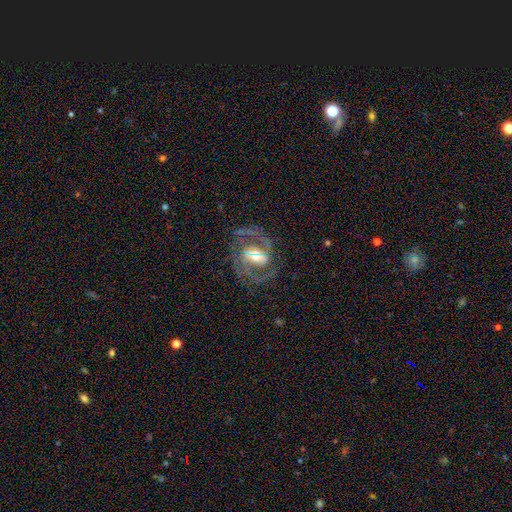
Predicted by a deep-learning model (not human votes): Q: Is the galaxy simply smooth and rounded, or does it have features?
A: featured or disk — 87%.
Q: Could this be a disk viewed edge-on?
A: no — 97%.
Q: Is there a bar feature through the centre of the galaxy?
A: weak — 42%.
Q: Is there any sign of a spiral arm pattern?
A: yes — 94%.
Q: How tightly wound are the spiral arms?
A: medium — 56%.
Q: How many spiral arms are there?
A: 2 — 80%.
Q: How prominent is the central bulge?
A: moderate — 61%.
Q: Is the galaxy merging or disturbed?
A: none — 69%.